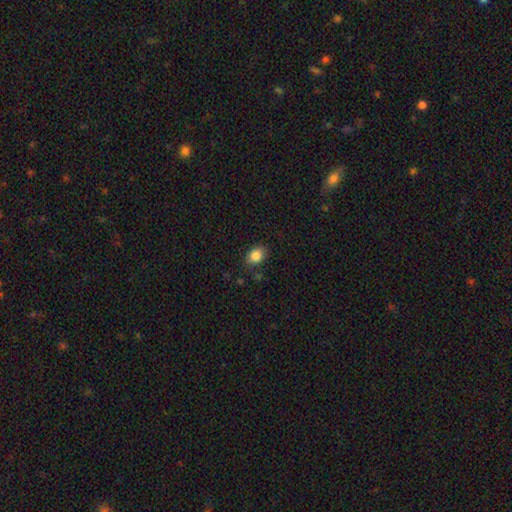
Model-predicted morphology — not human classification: The model was most divided on "how rounded": in between: 64%, round: 35%, cigar-shaped: 1%. More confident: smooth or featured — smooth (85%); merging — none (81%).